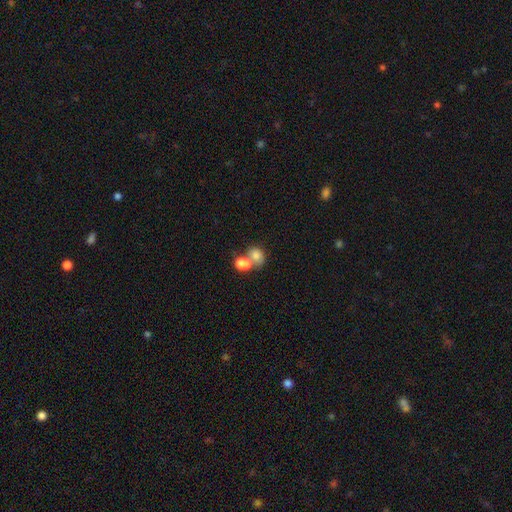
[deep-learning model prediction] A smooth galaxy with no disk features (75%) that is in between round and cigar-shaped (61%). Merging: merger (65%).